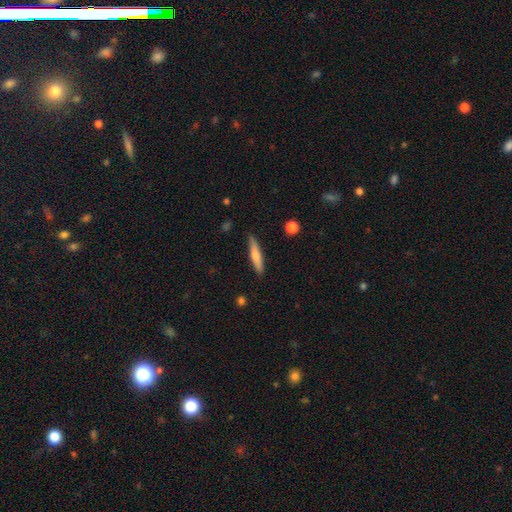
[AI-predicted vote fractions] A smooth galaxy with no disk features (62%) that is cigar-shaped (90%).

Vote fractions:
- Smooth or featured? smooth: 62% / featured or disk: 32% / star or artifact: 6%
- How rounded? cigar-shaped: 90% / in between: 8% / round: 2%
- Merging? none: 88% / minor disturbance: 9% / major disturbance: 2% / merger: 1%